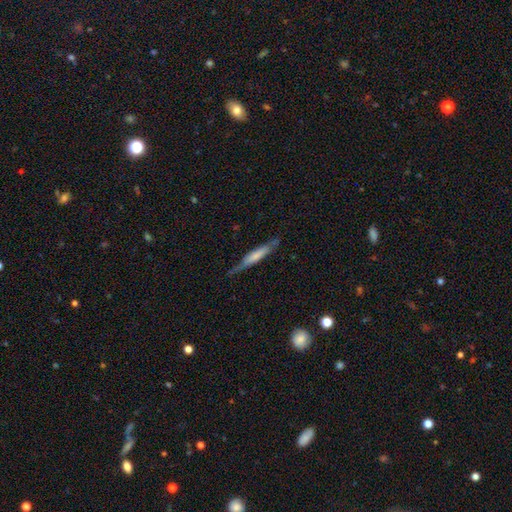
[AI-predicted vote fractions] This is possibly a smooth galaxy (51%). How rounded: clearly cigar-shaped (91%). Merging: likely none (72%).